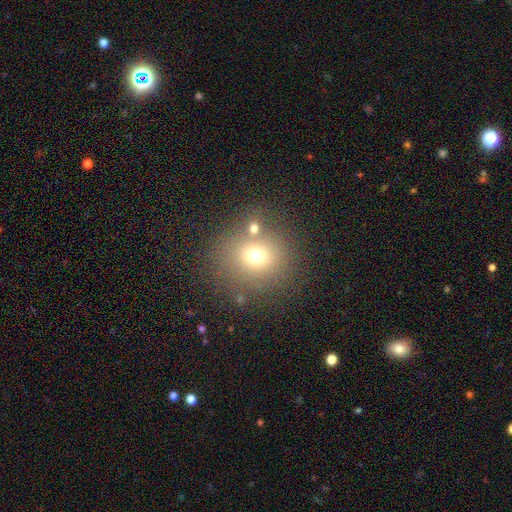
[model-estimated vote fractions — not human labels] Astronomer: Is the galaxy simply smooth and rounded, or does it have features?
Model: smooth — 68%.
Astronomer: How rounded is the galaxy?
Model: round — 84%.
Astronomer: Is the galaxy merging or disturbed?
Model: none — 69%.